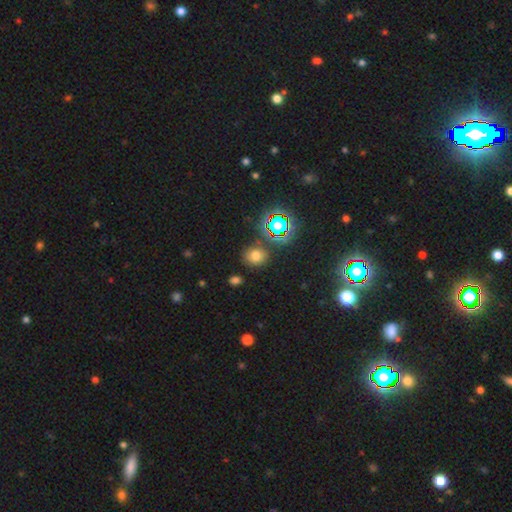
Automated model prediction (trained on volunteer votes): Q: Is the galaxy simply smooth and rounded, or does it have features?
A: smooth — 66%.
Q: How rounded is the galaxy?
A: round — 68%.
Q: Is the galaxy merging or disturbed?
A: none — 81%.